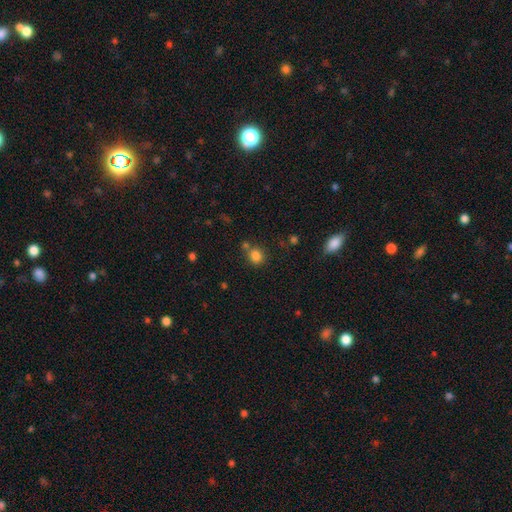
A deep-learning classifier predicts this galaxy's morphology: Smooth or featured? Predicted: smooth (p=0.82). How rounded? Predicted: round (p=0.83). Merging? Predicted: none (p=0.68).